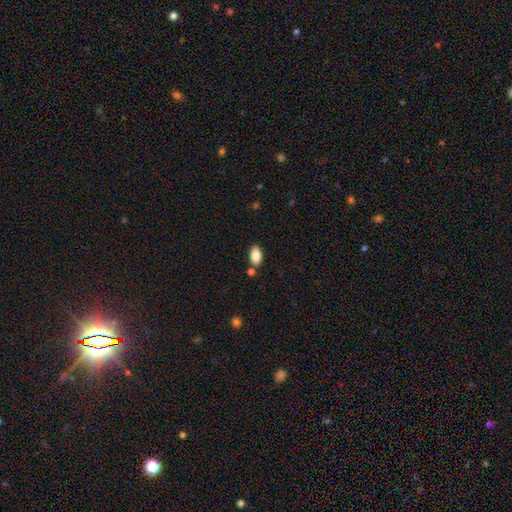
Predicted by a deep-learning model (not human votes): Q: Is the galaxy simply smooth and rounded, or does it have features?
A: smooth — 83%.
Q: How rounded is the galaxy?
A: in between — 93%.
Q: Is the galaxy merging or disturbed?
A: none — 80%.